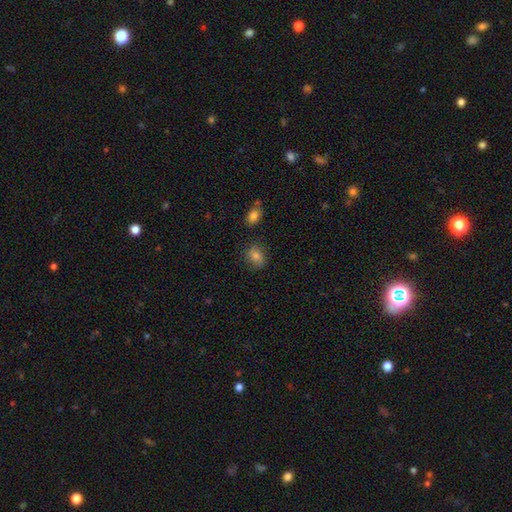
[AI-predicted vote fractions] Q: Smooth or featured?
A: smooth (76%); runner-up: star or artifact (12%)
Q: How rounded?
A: in between (61%); runner-up: round (38%)
Q: Merging?
A: none (76%); runner-up: minor disturbance (16%)